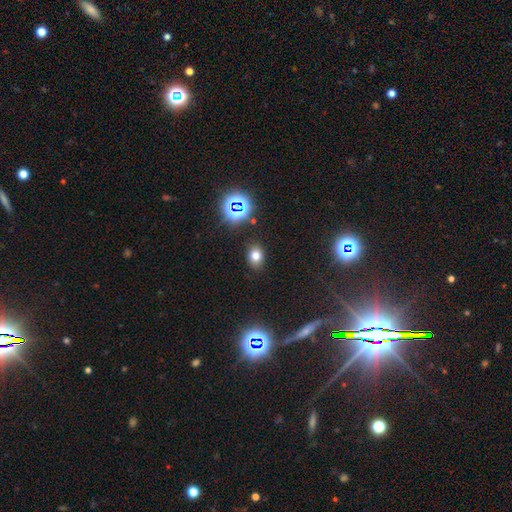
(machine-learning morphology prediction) smooth 71%, star or artifact 20%, featured or disk 9%. Down the decision tree: how rounded — in between (65%); merging — none (86%).